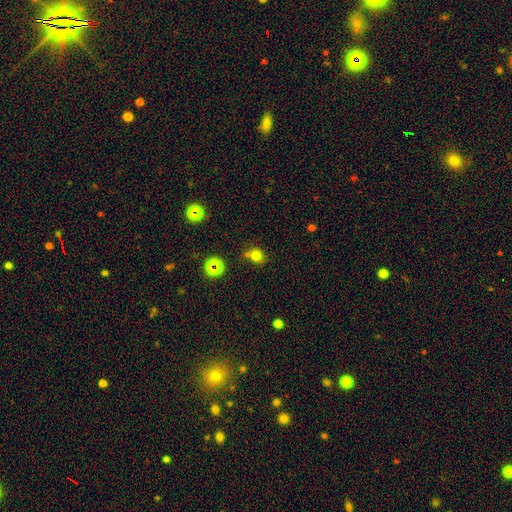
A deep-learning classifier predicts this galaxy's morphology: Smooth or featured? Predicted: smooth (p=0.73). How rounded? Predicted: round (p=0.80). Merging? Predicted: none (p=0.64).